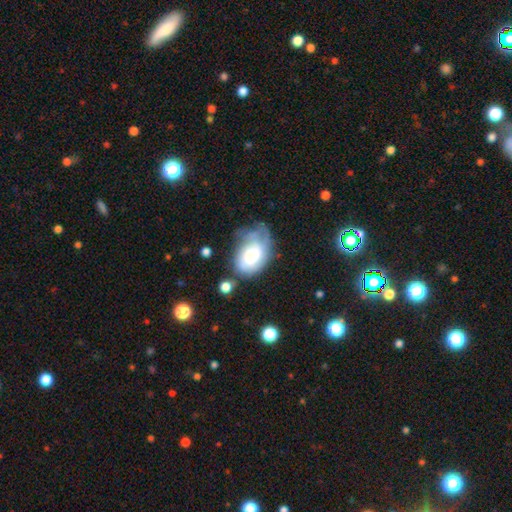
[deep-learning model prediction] Smooth or featured? featured or disk (48%)
Merging? minor disturbance (33%)